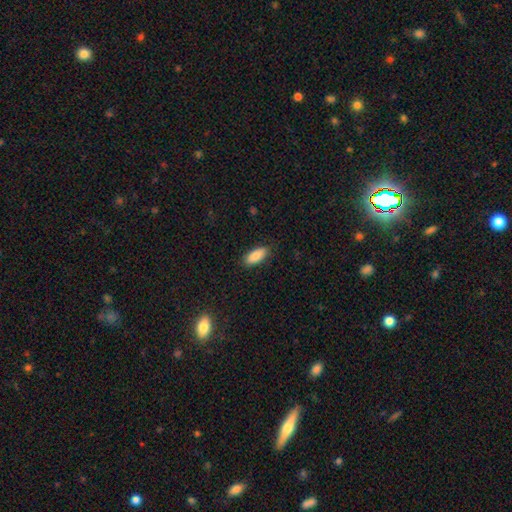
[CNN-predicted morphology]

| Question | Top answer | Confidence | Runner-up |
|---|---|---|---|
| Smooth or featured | smooth | 86% | featured or disk (8%) |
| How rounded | in between | 86% | cigar-shaped (12%) |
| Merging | none | 87% | minor disturbance (10%) |